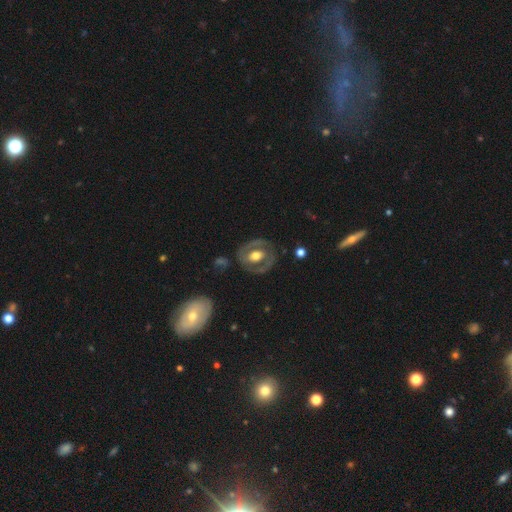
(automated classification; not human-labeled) Morphology: type=featured or disk (63%); edge-on=no (94%); bar=no (56%); spiral arms=no (66%); bulge=moderate (59%); merging=none (75%).